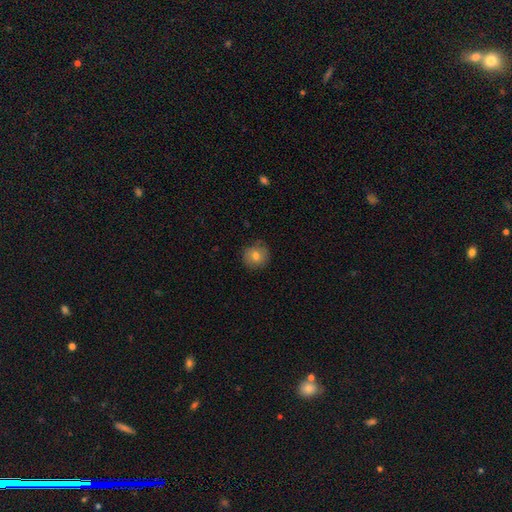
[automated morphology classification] This appears to be a smooth galaxy with no disk features (76%) that is round (89%). Merging: none (84%).